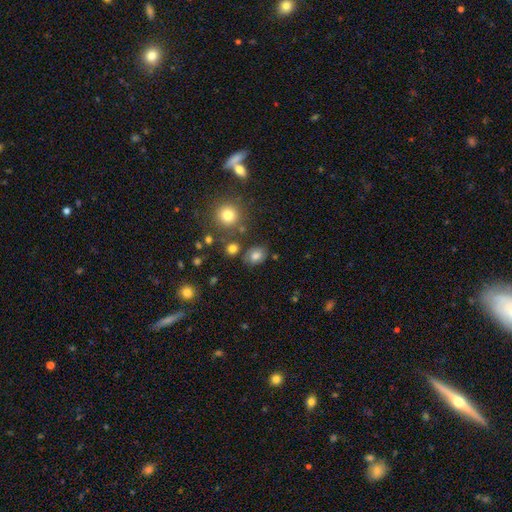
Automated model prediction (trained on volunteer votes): smooth-or-featured: smooth: 77% | star or artifact: 13% | featured or disk: 10%
  how-rounded: in between: 57% | round: 42% | cigar-shaped: 1%
  merging: none: 77% | minor disturbance: 13% | merger: 5% | major disturbance: 4%